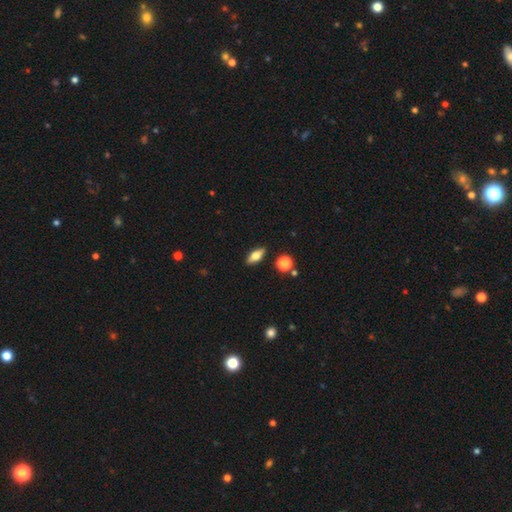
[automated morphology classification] Smooth or featured: smooth — 58% (featured or disk — 34%)
How rounded: in between — 71% (cigar-shaped — 23%)
Merging: none — 87% (minor disturbance — 9%)